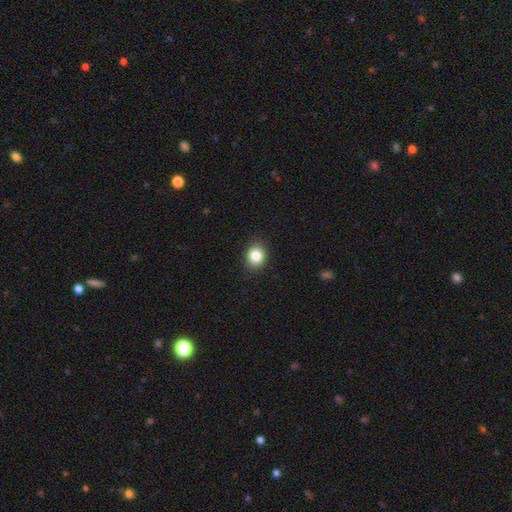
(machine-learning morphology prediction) Smooth or featured? Predicted: smooth (p=0.84). How rounded? Predicted: round (p=0.64). Merging? Predicted: none (p=0.89).